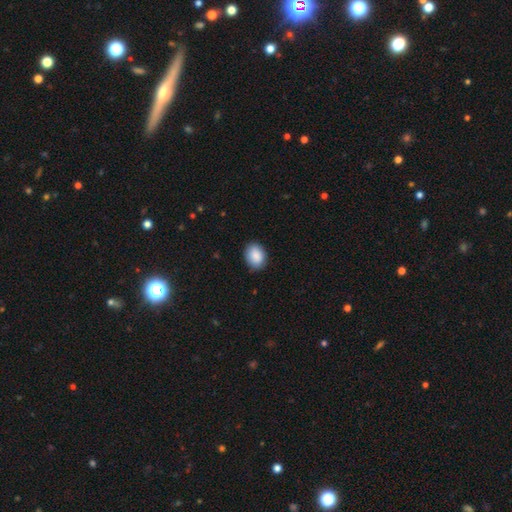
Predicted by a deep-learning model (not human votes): Smooth or featured: smooth — 89% (star or artifact — 7%)
How rounded: in between — 66% (round — 33%)
Merging: none — 85% (minor disturbance — 12%)